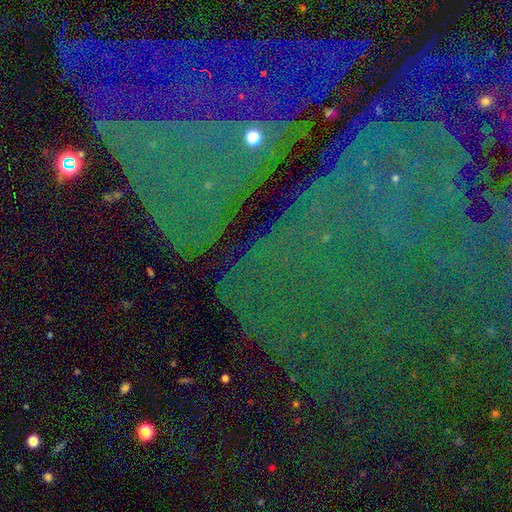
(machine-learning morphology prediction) A star or artifact, not a galaxy (83%).